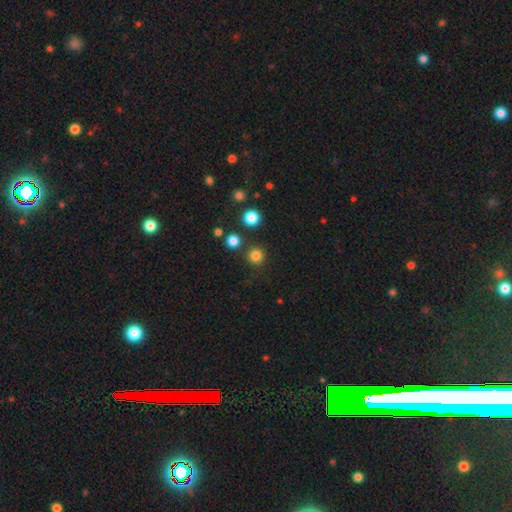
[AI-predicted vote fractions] Overall: smooth (81%). How rounded: round (95%). Merging: none (87%).